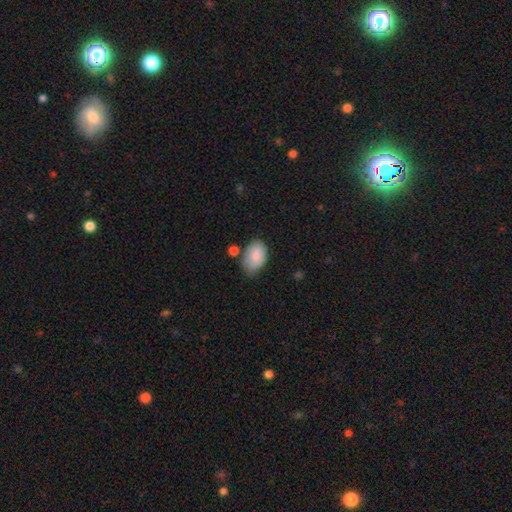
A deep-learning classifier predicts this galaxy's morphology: Smooth or featured: smooth — 86% (featured or disk — 7%)
How rounded: in between — 89% (round — 9%)
Merging: none — 59% (minor disturbance — 28%)